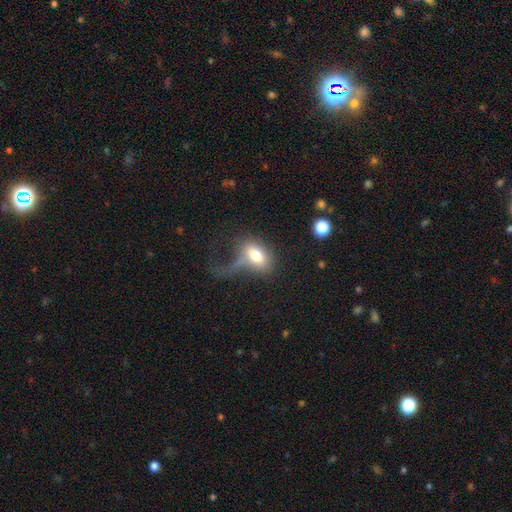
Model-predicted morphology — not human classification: The model was most divided on "merging": major disturbance: 51%, none: 24%, minor disturbance: 17%, merger: 8%. More confident: how rounded — in between (86%); smooth or featured — smooth (74%).